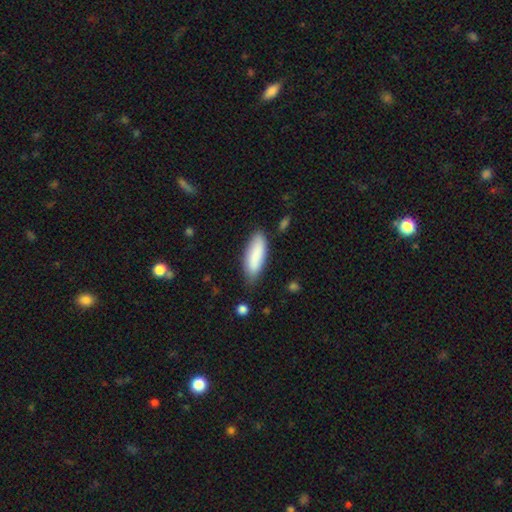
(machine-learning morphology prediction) smooth 85%, featured or disk 9%, star or artifact 6%. Down the decision tree: how rounded — in between (61%); merging — none (78%).